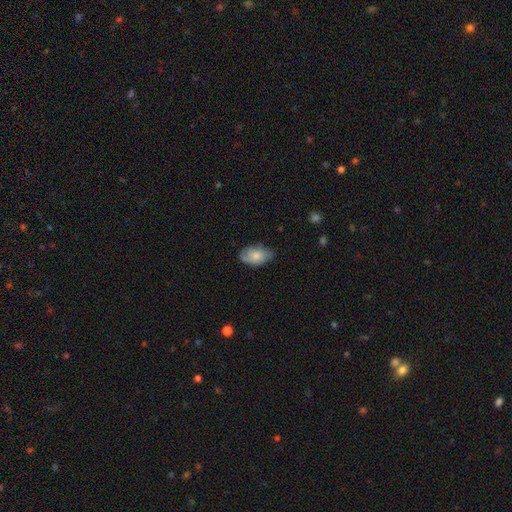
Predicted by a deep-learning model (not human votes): smooth_or_featured: smooth (p=0.66) [alt: featured or disk p=0.27]
how_rounded: in between (p=0.91) [alt: round p=0.08]
merging: none (p=0.64) [alt: minor disturbance p=0.28]